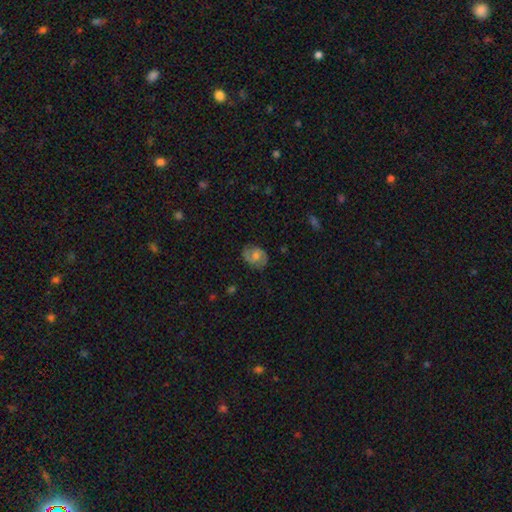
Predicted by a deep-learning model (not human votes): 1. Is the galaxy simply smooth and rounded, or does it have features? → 61% featured or disk, 32% smooth, 7% star or artifact.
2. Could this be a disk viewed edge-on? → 97% no, 3% yes.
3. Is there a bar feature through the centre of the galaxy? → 46% no, 44% weak, 10% strong.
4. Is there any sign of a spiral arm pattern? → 87% yes, 13% no.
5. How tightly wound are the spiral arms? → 49% medium, 32% tight, 19% loose.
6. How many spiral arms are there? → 86% 2, 8% can't tell, 2% 1, 1% 3, 1% 4, 1% more than 4.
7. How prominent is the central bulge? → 54% moderate, 35% small, 5% none, 4% large, 1% dominant.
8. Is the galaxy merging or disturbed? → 78% none, 16% minor disturbance, 4% major disturbance, 1% merger.